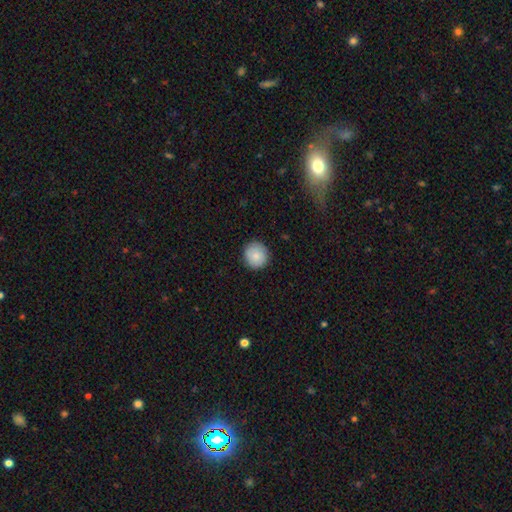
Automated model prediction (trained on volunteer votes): This is clearly a smooth galaxy (85%). How rounded: clearly round (92%). Merging: clearly none (90%).